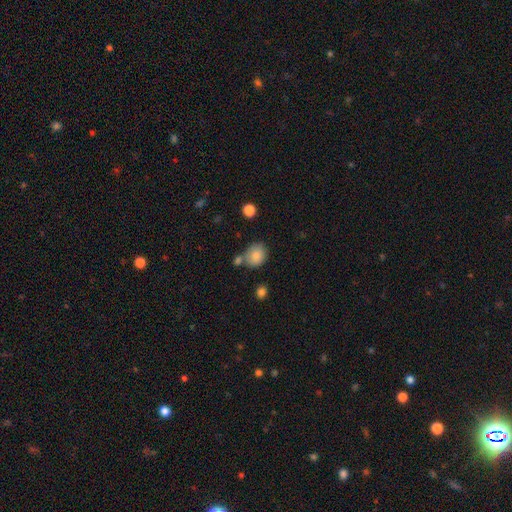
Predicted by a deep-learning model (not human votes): A smooth galaxy with no disk features (84%) that is round (65%).

Vote fractions:
- Smooth or featured? smooth: 84% / star or artifact: 9% / featured or disk: 7%
- How rounded? round: 65% / in between: 34% / cigar-shaped: 1%
- Merging? none: 61% / merger: 18% / minor disturbance: 16% / major disturbance: 5%